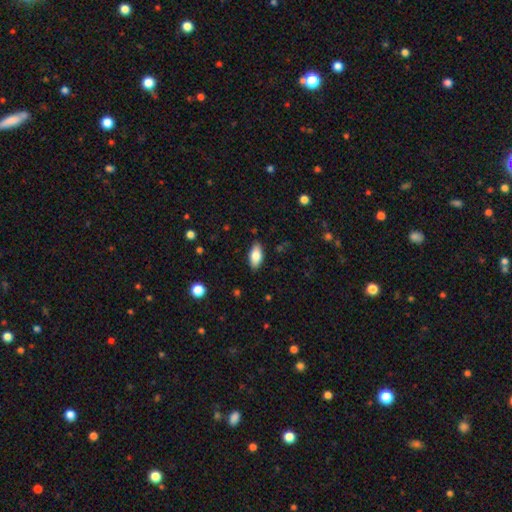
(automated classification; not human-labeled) A smooth galaxy with no disk features (79%) that is in between round and cigar-shaped (89%). Merging: none (86%).